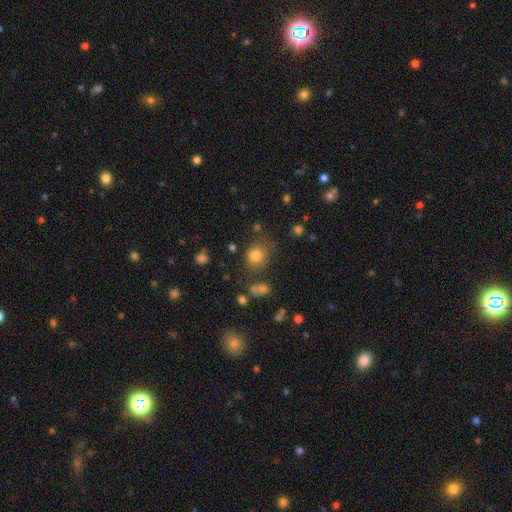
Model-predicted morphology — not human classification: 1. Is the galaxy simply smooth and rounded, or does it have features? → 79% smooth, 14% star or artifact, 7% featured or disk.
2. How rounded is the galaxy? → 83% round, 16% in between, 1% cigar-shaped.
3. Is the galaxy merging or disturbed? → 74% none, 15% minor disturbance, 6% merger, 6% major disturbance.